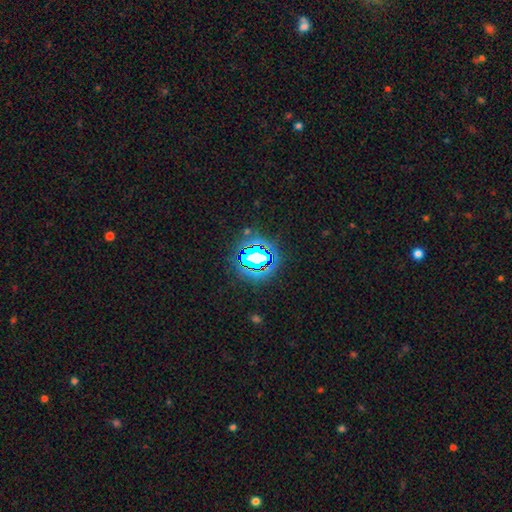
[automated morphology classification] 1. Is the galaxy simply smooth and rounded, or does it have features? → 70% star or artifact, 18% smooth, 12% featured or disk.